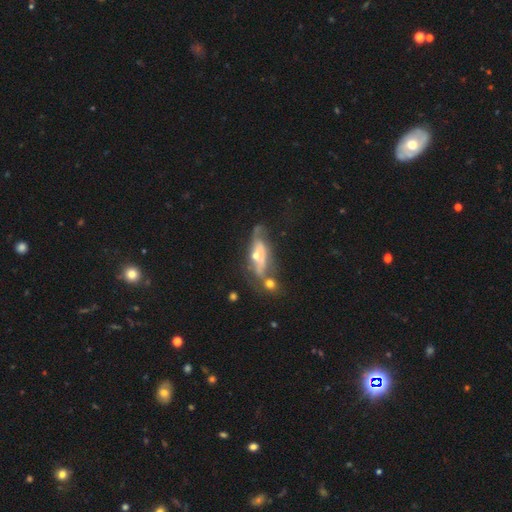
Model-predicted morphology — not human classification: This is likely a featured or disk galaxy (61%). It is likely not viewed edge-on (66%). Merging: marginally none (33%).